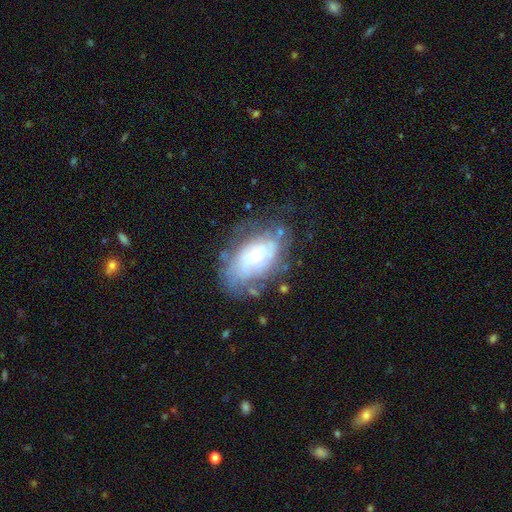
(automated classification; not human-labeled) featured or disk 67%, smooth 25%, star or artifact 8%. Down the decision tree: edge-on disk — no (94%); bar — no (72%); spiral arms — yes (72%); bulge size — small (64%); merging — none (59%).